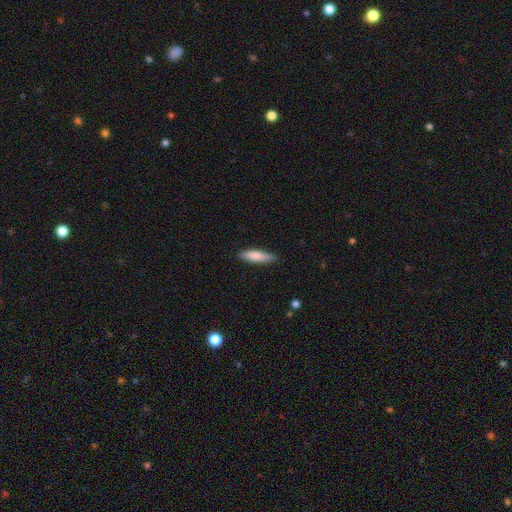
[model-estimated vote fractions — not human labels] A smooth galaxy with no disk features (81%) that is cigar-shaped (68%). Merging: none (83%).